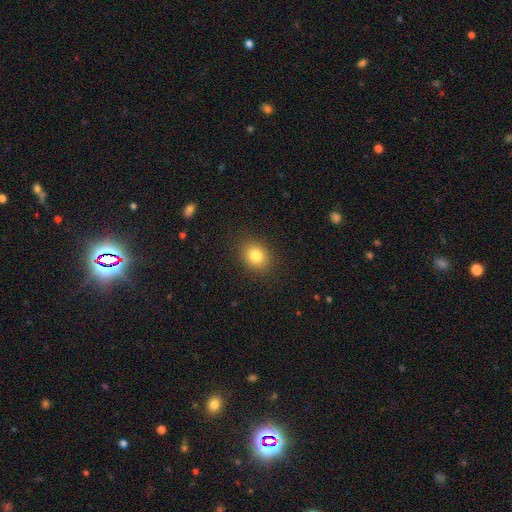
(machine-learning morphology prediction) A smooth galaxy with no disk features (82%) that is round (58%). Merging: none (89%).